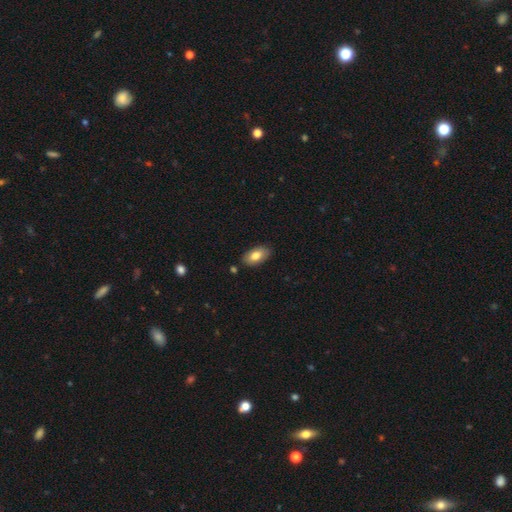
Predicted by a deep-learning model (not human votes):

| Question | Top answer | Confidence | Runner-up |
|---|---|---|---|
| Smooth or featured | smooth | 80% | featured or disk (13%) |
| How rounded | in between | 94% | round (4%) |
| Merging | none | 85% | minor disturbance (11%) |